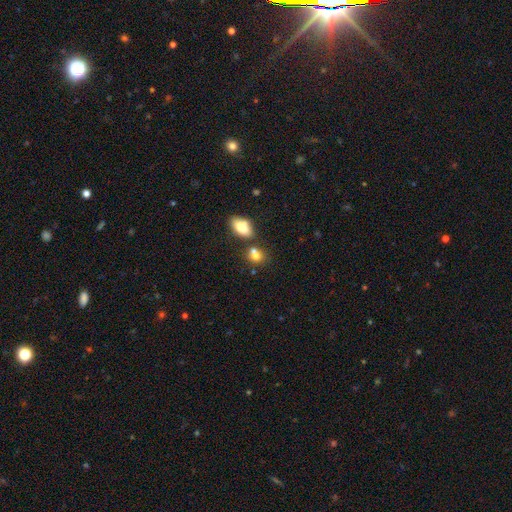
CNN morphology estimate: Overall: smooth (76%). How rounded: round (51%; in between 46%). Merging: none (43%; merger 42%).